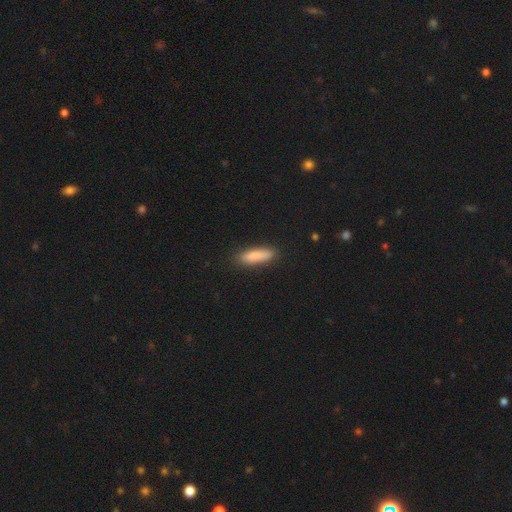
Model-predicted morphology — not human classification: The model was most divided on "how rounded": cigar-shaped: 63%, in between: 35%, round: 2%. More confident: smooth or featured — smooth (86%); merging — none (85%).